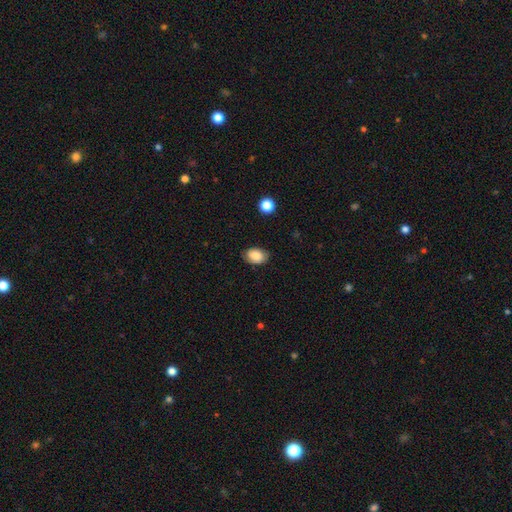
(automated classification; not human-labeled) A smooth galaxy with no disk features (84%) that is in between round and cigar-shaped (82%).

Vote fractions:
- Smooth or featured? smooth: 84% / featured or disk: 8% / star or artifact: 8%
- How rounded? in between: 82% / round: 17% / cigar-shaped: 1%
- Merging? none: 80% / minor disturbance: 16% / major disturbance: 3% / merger: 1%